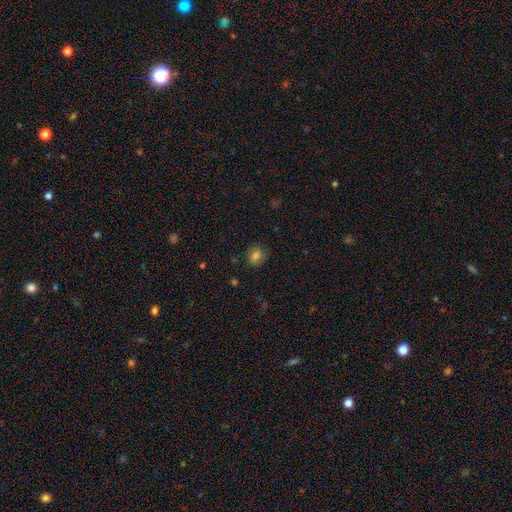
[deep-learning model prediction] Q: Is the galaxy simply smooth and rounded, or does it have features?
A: smooth — 75%.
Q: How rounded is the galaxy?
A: round — 60%.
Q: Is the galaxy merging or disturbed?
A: none — 79%.